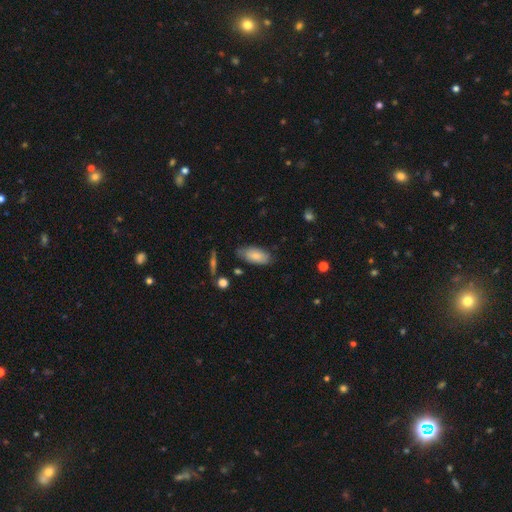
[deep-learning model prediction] smooth 80%, featured or disk 13%, star or artifact 7%. Down the decision tree: how rounded — in between (88%); merging — none (74%).